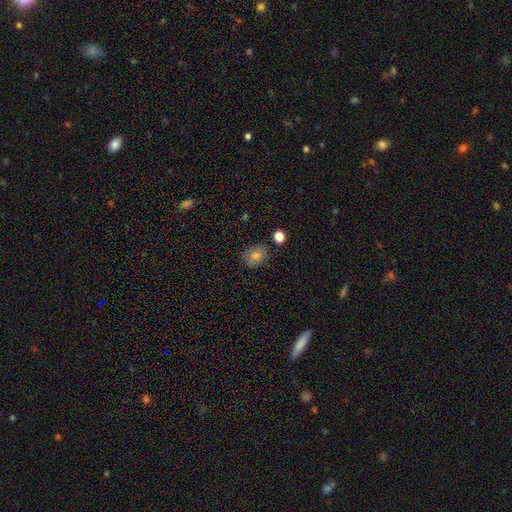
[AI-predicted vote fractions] Smooth or featured? Predicted: smooth (p=0.72). How rounded? Predicted: round (p=0.57). Merging? Predicted: none (p=0.80).